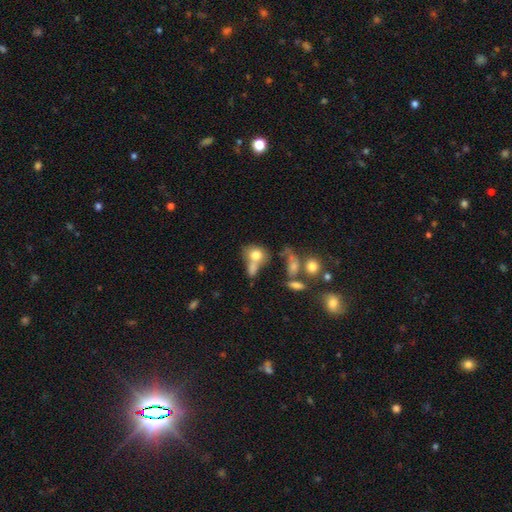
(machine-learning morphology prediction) Q: Smooth or featured?
A: smooth (73%); runner-up: featured or disk (16%)
Q: How rounded?
A: round (51%); runner-up: in between (46%)
Q: Merging?
A: merger (44%); runner-up: none (31%)